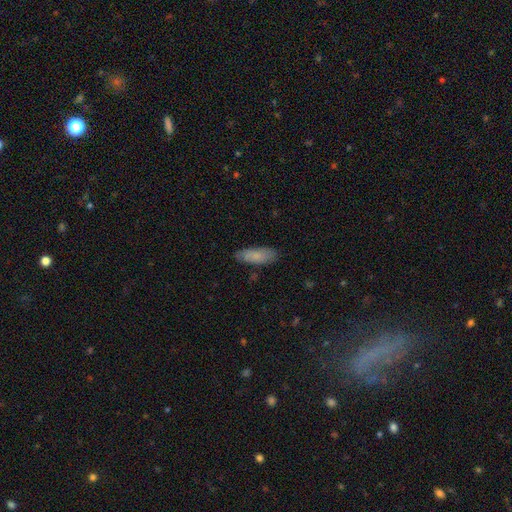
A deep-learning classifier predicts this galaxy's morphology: type=smooth (79%); roundness=in between (67%); merging=none (81%).